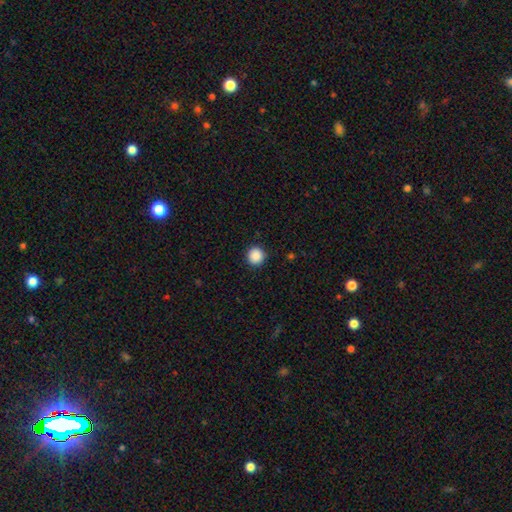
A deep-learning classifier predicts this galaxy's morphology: The model was most divided on "smooth or featured": smooth: 89%, star or artifact: 9%, featured or disk: 2%. More confident: how rounded — round (95%); merging — none (92%).